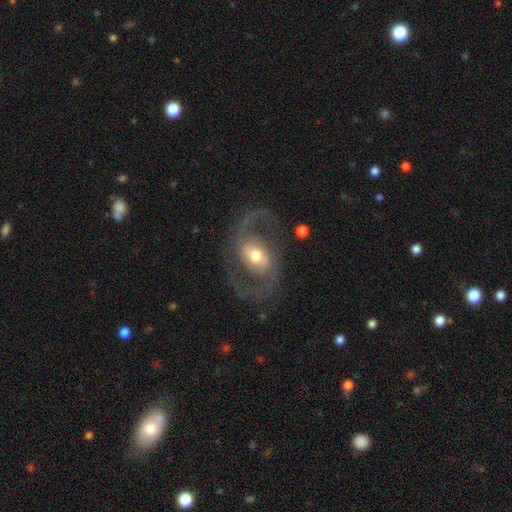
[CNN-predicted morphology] Smooth or featured? Predicted: featured or disk (p=0.86). Edge-on disk? Predicted: no (p=0.97). Bar? Predicted: weak (p=0.41). Spiral arms? Predicted: yes (p=0.91). Spiral winding? Predicted: medium (p=0.57). Spiral arm count? Predicted: 2 (p=0.92). Bulge size? Predicted: moderate (p=0.68). Merging? Predicted: none (p=0.77).